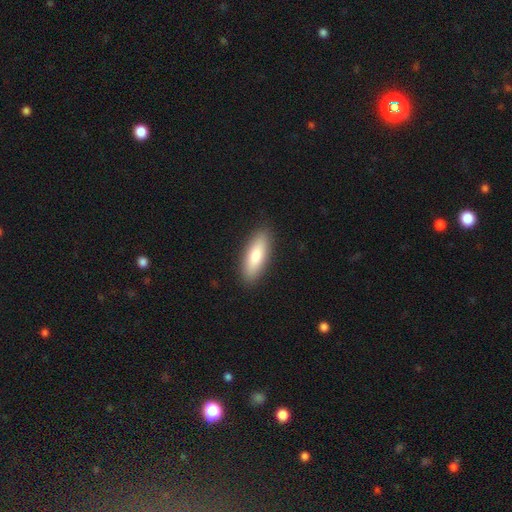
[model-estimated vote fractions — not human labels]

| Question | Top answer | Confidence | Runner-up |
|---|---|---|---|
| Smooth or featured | smooth | 81% | featured or disk (13%) |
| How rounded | in between | 61% | cigar-shaped (37%) |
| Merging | none | 90% | minor disturbance (7%) |